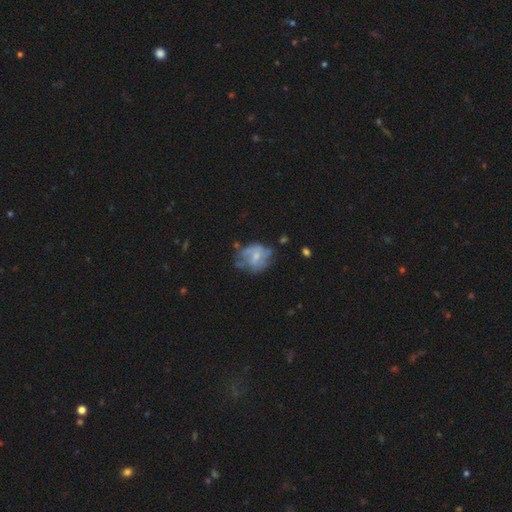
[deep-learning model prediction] Smooth or featured: featured or disk — 56% (smooth — 36%)
Edge-on disk: no — 97% (yes — 3%)
Bar: no — 49% (weak — 42%)
Spiral arms: yes — 51% (no — 49%)
Bulge size: small — 45% (moderate — 34%)
Merging: none — 45% (minor disturbance — 28%)